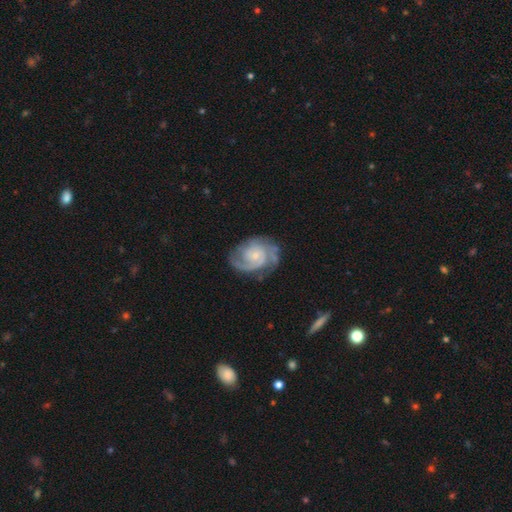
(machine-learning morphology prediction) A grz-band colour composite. It shows a featured or disk galaxy (88%) with no bar (66%), 2 (46%) tight (52%) spiral arms (97%) and a small central bulge (68%). Merging: none (72%).